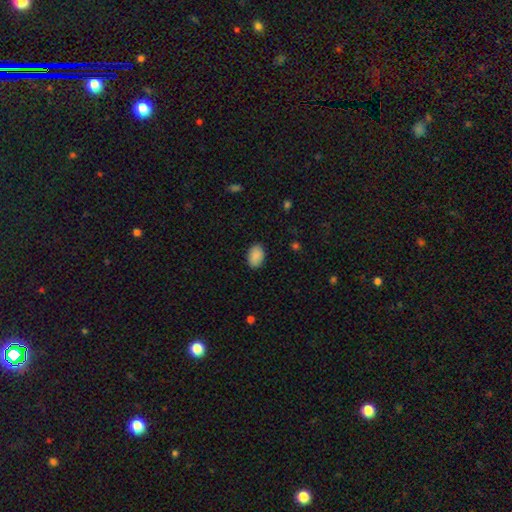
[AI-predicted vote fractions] A smooth galaxy with no disk features (89%) that is in between round and cigar-shaped (88%).

Vote fractions:
- Smooth or featured? smooth: 89% / star or artifact: 7% / featured or disk: 4%
- How rounded? in between: 88% / round: 11% / cigar-shaped: 1%
- Merging? none: 85% / minor disturbance: 11% / major disturbance: 2% / merger: 1%